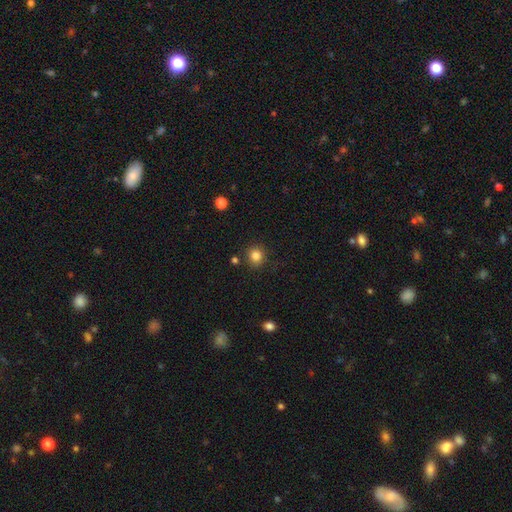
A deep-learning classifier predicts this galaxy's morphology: Q: Smooth or featured?
A: smooth (82%); runner-up: star or artifact (12%)
Q: How rounded?
A: round (88%); runner-up: in between (11%)
Q: Merging?
A: none (86%); runner-up: minor disturbance (8%)